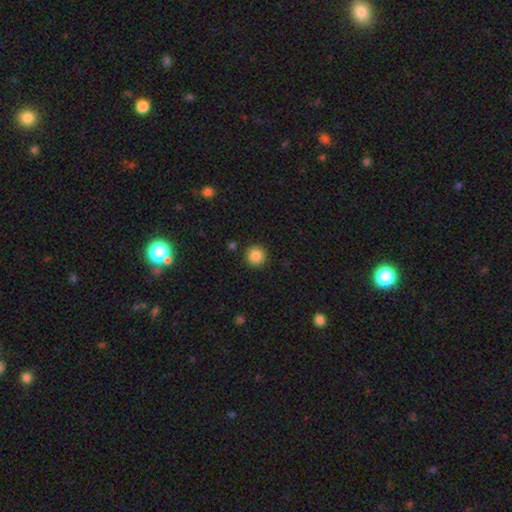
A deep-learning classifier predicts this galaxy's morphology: Overall: smooth (87%). How rounded: round (95%). Merging: none (91%).